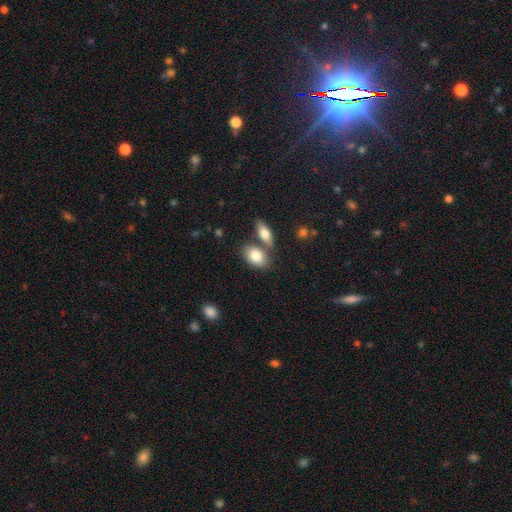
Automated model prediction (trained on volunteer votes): Smooth or featured? smooth (82%)
How rounded? in between (88%)
Merging? none (55%)